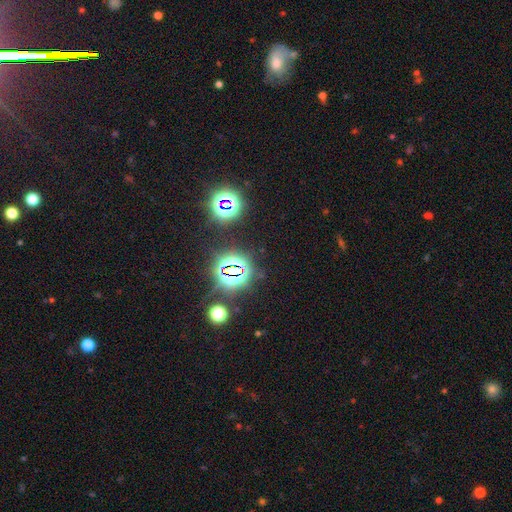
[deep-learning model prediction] The model was most divided on "smooth or featured": star or artifact: 81%, smooth: 12%, featured or disk: 7%.